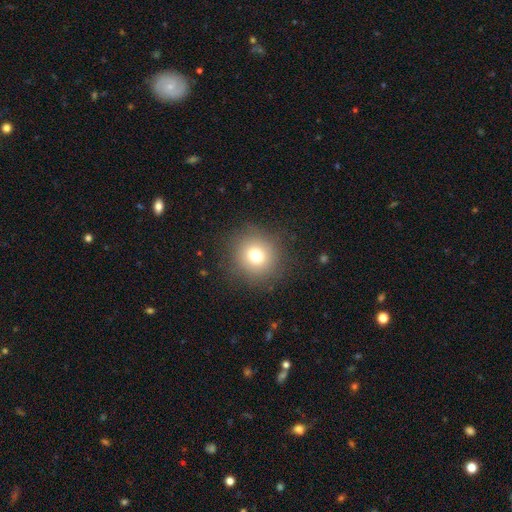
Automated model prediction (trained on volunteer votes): Overall: smooth (75%). How rounded: round (92%). Merging: none (87%).